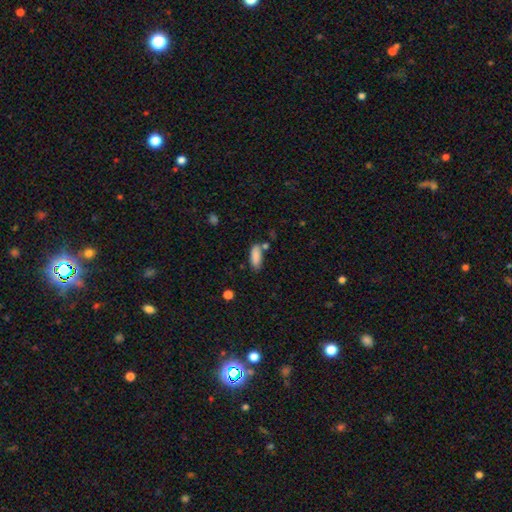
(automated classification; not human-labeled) This appears to be a smooth galaxy with no disk features (87%) that is in between round and cigar-shaped (76%). Merging: none (69%).